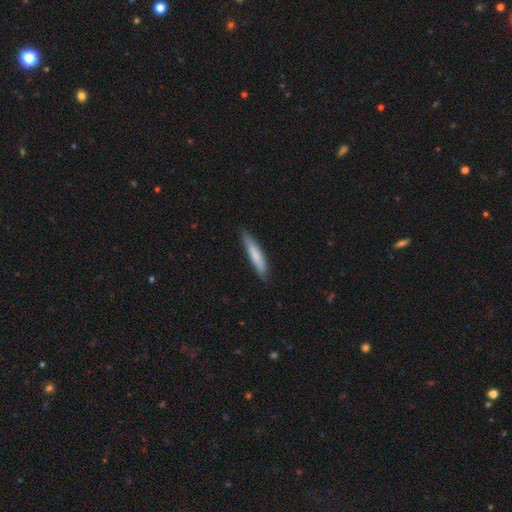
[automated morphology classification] smooth_or_featured: smooth (p=0.74) [alt: featured or disk p=0.20]
how_rounded: cigar-shaped (p=0.91) [alt: in between p=0.08]
merging: none (p=0.84) [alt: minor disturbance p=0.13]